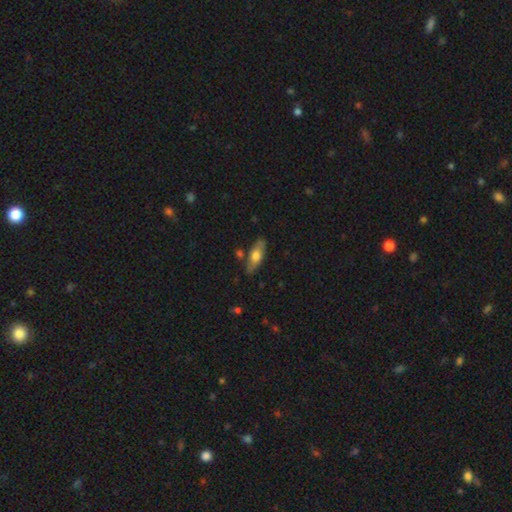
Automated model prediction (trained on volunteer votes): A smooth galaxy with no disk features (56%) that is in between round and cigar-shaped (69%). Merging: none (74%).